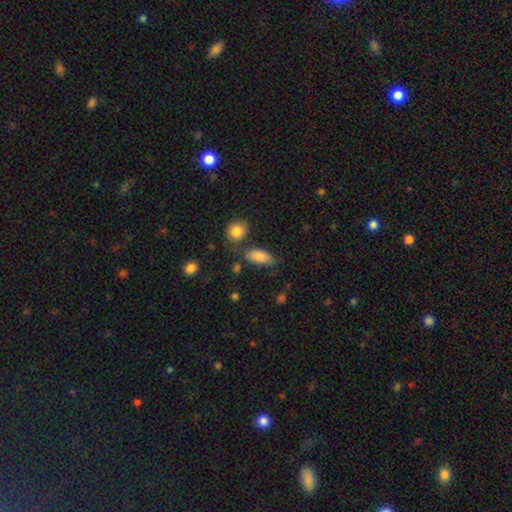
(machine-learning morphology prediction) The model was most divided on "merging": none: 69%, minor disturbance: 18%, merger: 9%, major disturbance: 5%. More confident: smooth or featured — smooth (83%); how rounded — in between (83%).